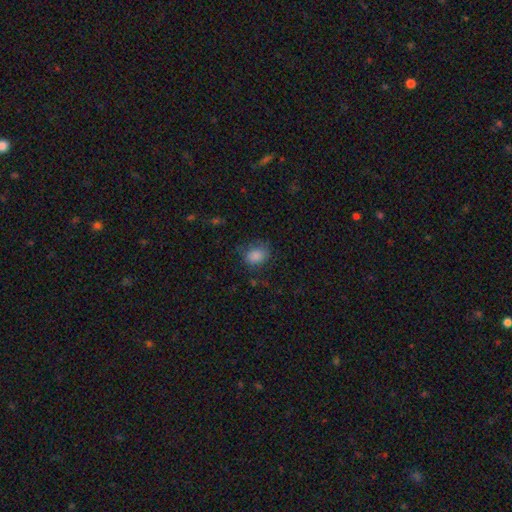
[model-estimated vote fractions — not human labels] smooth-or-featured: smooth: 85% | star or artifact: 9% | featured or disk: 6%
  how-rounded: in between: 58% | round: 41% | cigar-shaped: 1%
  merging: none: 63% | minor disturbance: 25% | major disturbance: 11% | merger: 2%